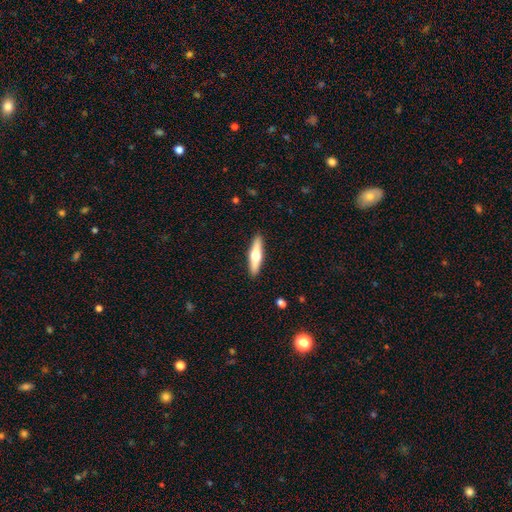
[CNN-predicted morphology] smooth-or-featured: featured or disk: 49% | smooth: 46% | star or artifact: 5%
  merging: none: 91% | minor disturbance: 7% | major disturbance: 1% | merger: 1%